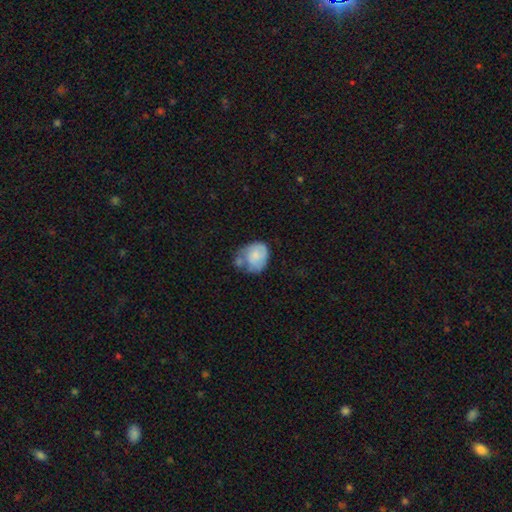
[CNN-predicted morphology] Smooth or featured?
  - smooth: 65% *
  - featured or disk: 28%
  - star or artifact: 7%
How rounded?
  - round: 52% *
  - in between: 47%
  - cigar-shaped: 1%
Merging?
  - minor disturbance: 30% *
  - none: 28%
  - merger: 25%
  - major disturbance: 16%